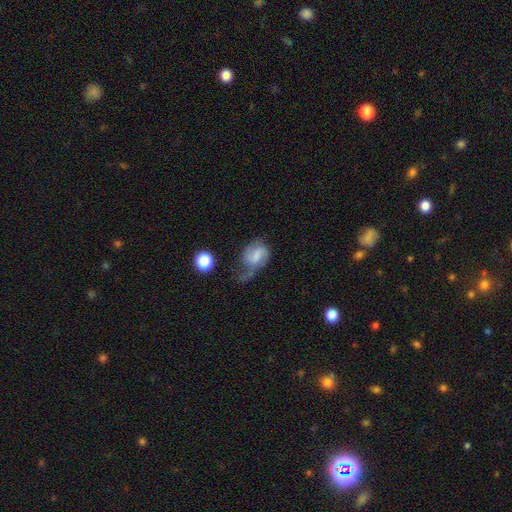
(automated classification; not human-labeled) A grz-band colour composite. It shows a smooth galaxy with no disk features (46%). Merging: major disturbance (43%).